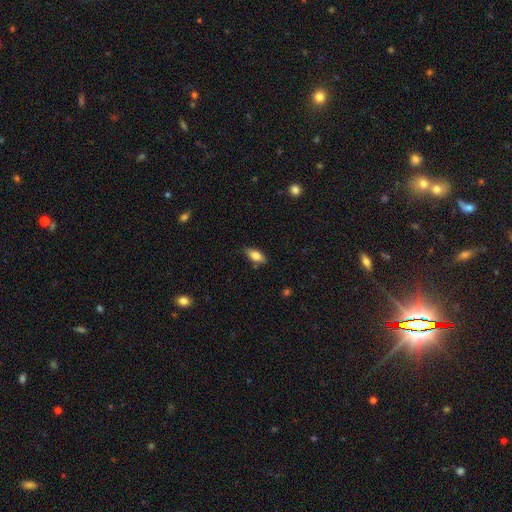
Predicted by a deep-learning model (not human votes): Smooth or featured? Predicted: smooth (p=0.74). How rounded? Predicted: in between (p=0.84). Merging? Predicted: none (p=0.82).